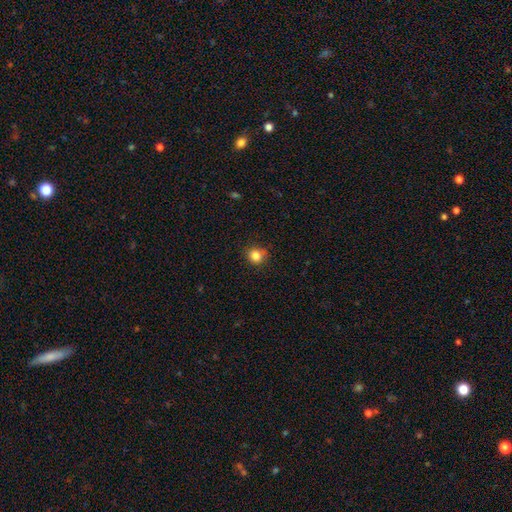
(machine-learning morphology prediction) Smooth or featured? Predicted: smooth (p=0.84). How rounded? Predicted: round (p=0.87). Merging? Predicted: none (p=0.84).